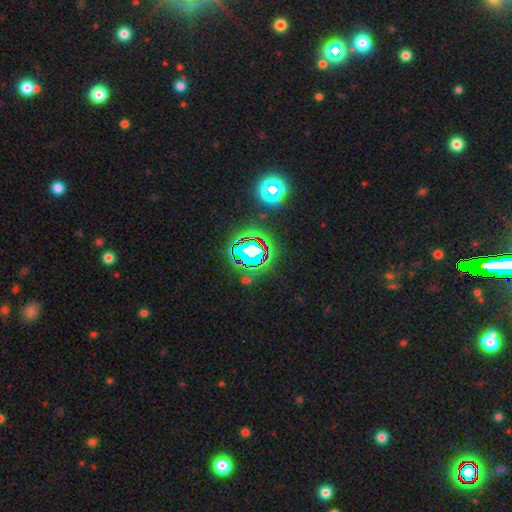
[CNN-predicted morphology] The model was most divided on "smooth or featured": star or artifact: 73%, smooth: 15%, featured or disk: 12%.